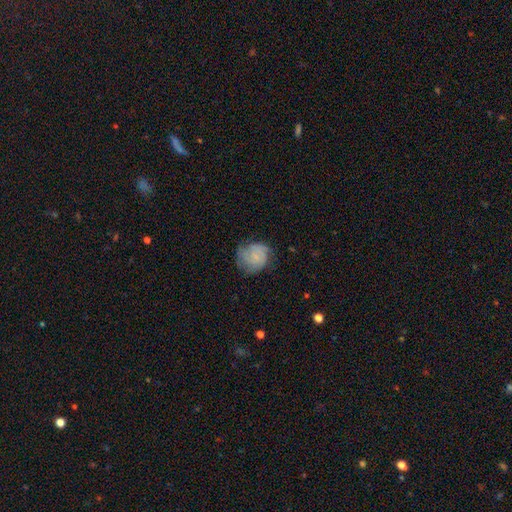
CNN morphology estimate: Smooth or featured? Predicted: featured or disk (p=0.49). Merging? Predicted: none (p=0.62).